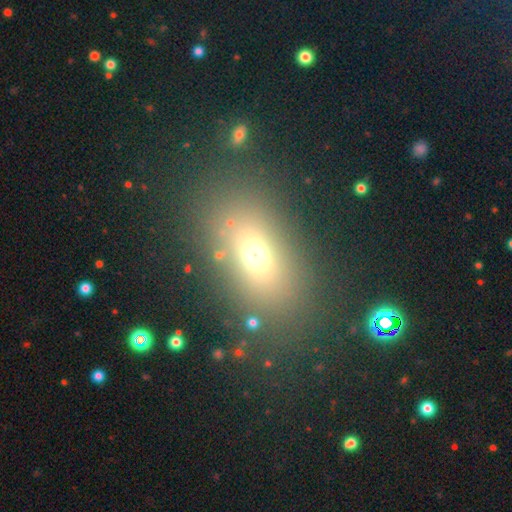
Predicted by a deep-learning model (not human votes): This is likely a smooth galaxy (66%). How rounded: likely in between (75%). Merging: clearly none (80%).